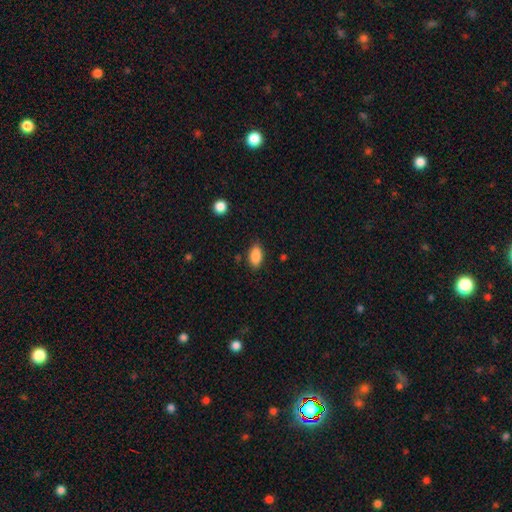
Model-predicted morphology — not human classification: smooth 88%, star or artifact 8%, featured or disk 5%. Down the decision tree: how rounded — in between (91%); merging — none (83%).